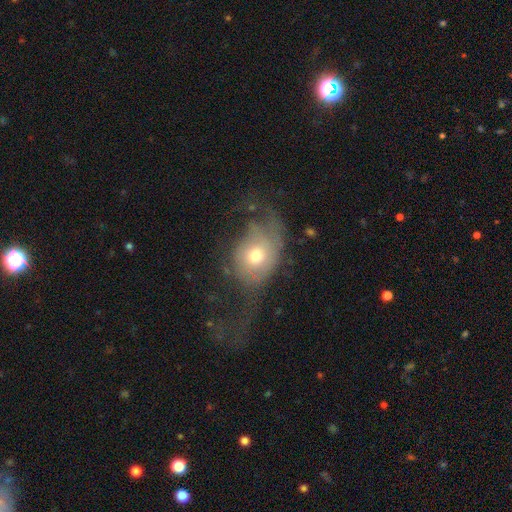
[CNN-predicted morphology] Smooth or featured? smooth (52%)
How rounded? in between (59%)
Merging? major disturbance (53%)